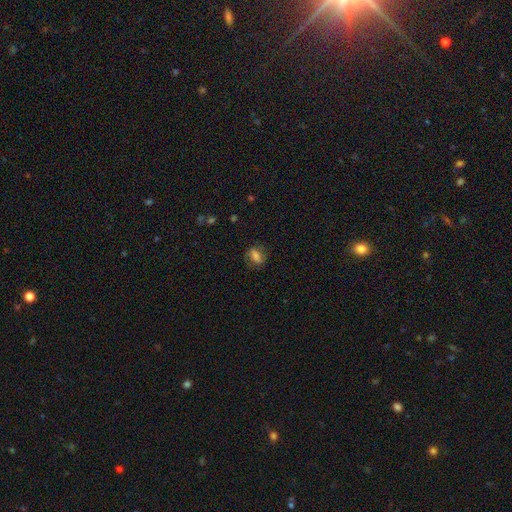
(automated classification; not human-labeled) A smooth galaxy with no disk features (57%) that is in between round and cigar-shaped (72%).

Vote fractions:
- Smooth or featured? smooth: 57% / featured or disk: 33% / star or artifact: 10%
- How rounded? in between: 72% / round: 18% / cigar-shaped: 9%
- Merging? none: 70% / minor disturbance: 19% / major disturbance: 10% / merger: 1%